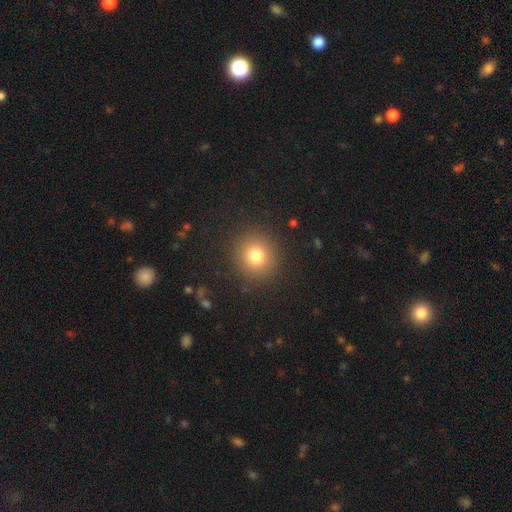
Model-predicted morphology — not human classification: Smooth or featured? smooth (78%)
How rounded? round (92%)
Merging? none (90%)